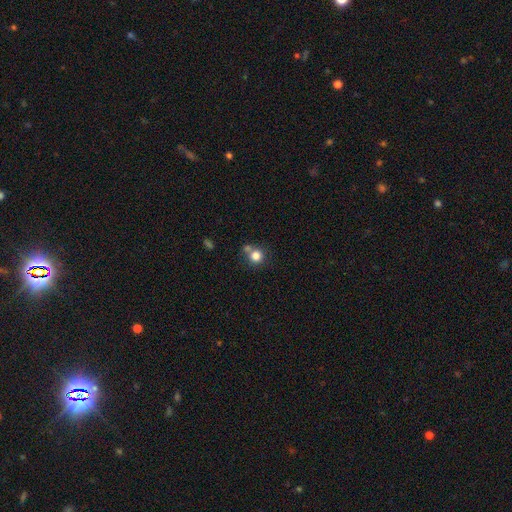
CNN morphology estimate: smooth_or_featured: smooth (p=0.81) [alt: star or artifact p=0.11]
how_rounded: round (p=0.89) [alt: in between p=0.10]
merging: none (p=0.57) [alt: merger p=0.27]